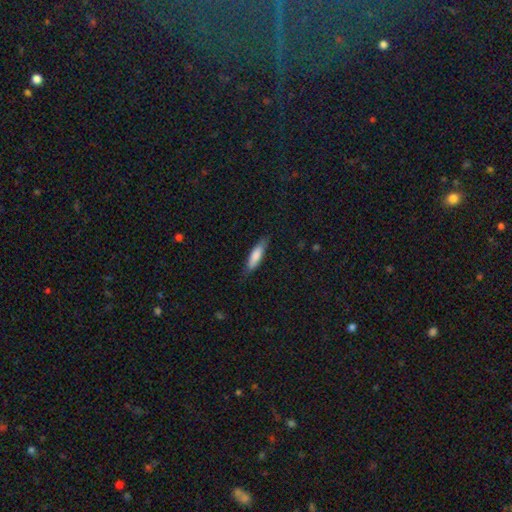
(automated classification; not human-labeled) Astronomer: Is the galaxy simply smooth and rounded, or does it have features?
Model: smooth — 80%.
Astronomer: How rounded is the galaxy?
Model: cigar-shaped — 63%.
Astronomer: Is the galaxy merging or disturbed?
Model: none — 79%.